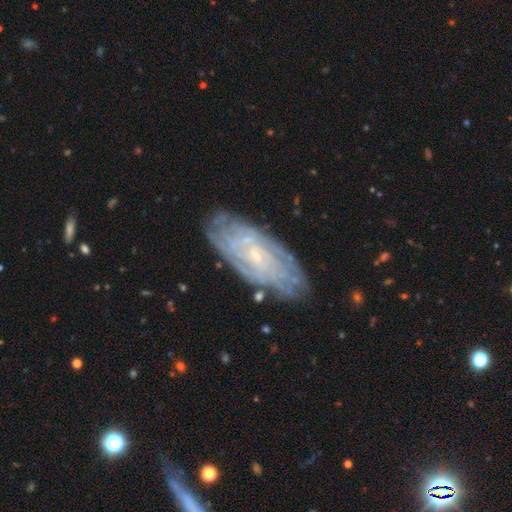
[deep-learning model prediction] This is likely a featured or disk galaxy (75%). It is clearly not viewed edge-on (89%). Bar: likely no (68%). Spiral arm pattern: clearly yes (86%). Spiral arm count: likely can't tell (61%). Spiral winding: likely tight (77%). Central bulge: likely small (79%). Merging: clearly none (80%).